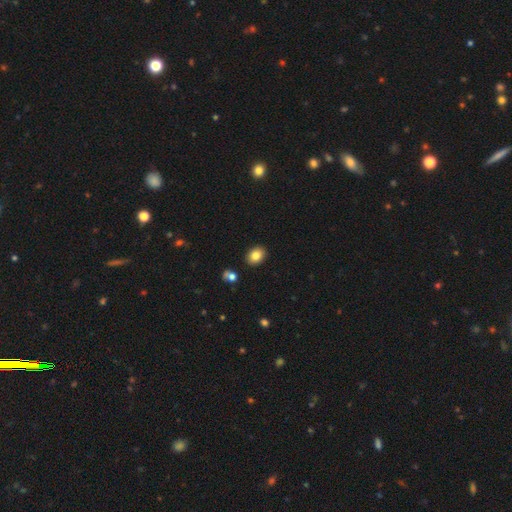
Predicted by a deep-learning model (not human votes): Smooth or featured: smooth — 83% (star or artifact — 9%)
How rounded: in between — 63% (round — 36%)
Merging: none — 89% (minor disturbance — 7%)